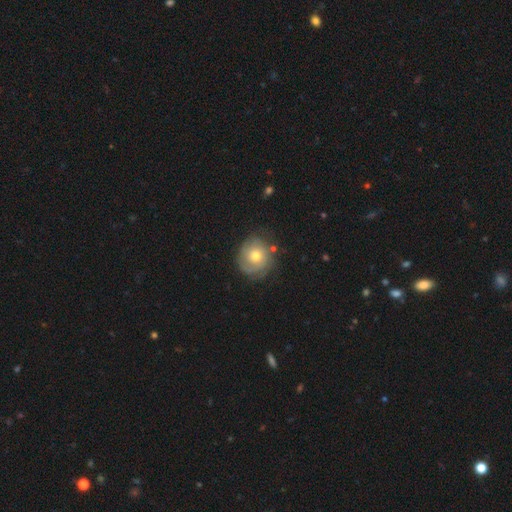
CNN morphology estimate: Overall: featured or disk (53%; smooth 39%). Edge-on disk: no (97%). Bar: no (84%). Spiral arms: yes (79%). Bulge size: moderate (66%; small 26%). Merging: none (72%).